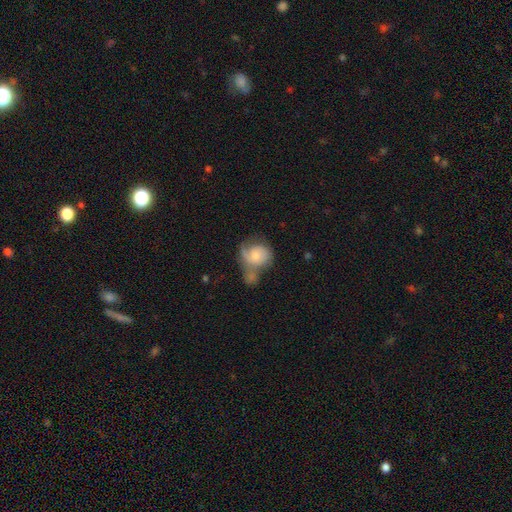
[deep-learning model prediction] smooth_or_featured: featured or disk (p=0.47) [alt: smooth p=0.46]
merging: merger (p=0.38) [alt: none p=0.25]